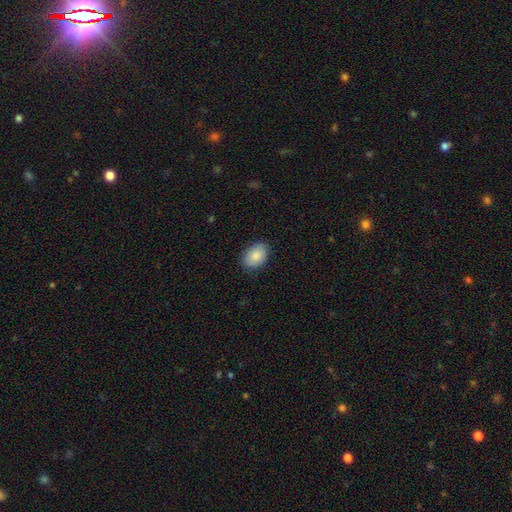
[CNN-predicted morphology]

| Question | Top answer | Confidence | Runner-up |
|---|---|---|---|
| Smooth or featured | smooth | 87% | star or artifact (6%) |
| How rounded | in between | 83% | round (16%) |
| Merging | none | 85% | minor disturbance (12%) |